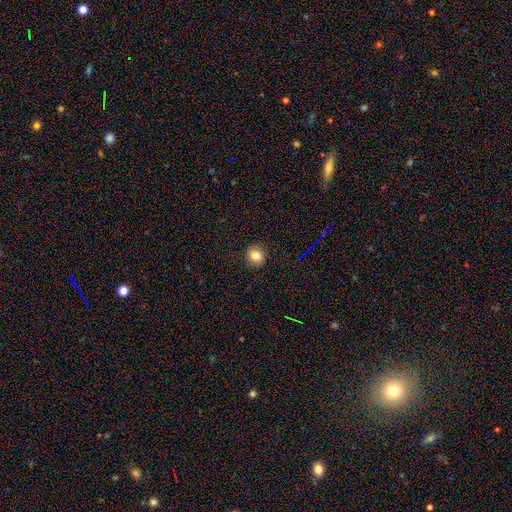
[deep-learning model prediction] Q: Smooth or featured?
A: smooth (81%); runner-up: star or artifact (12%)
Q: How rounded?
A: round (89%); runner-up: in between (10%)
Q: Merging?
A: none (91%); runner-up: minor disturbance (6%)